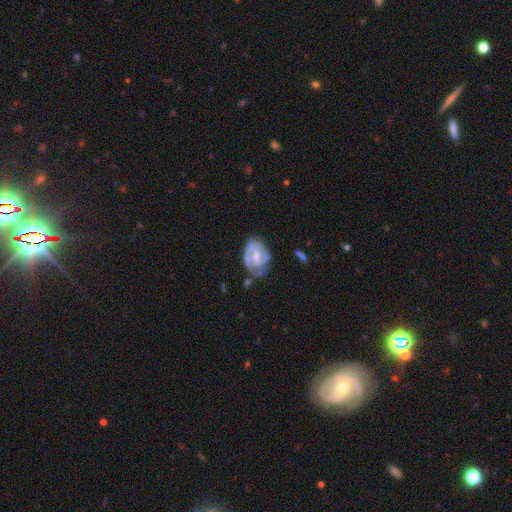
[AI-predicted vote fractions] featured or disk 70%, smooth 24%, star or artifact 6%. Down the decision tree: edge-on disk — no (97%); bar — weak (48%); spiral arms — yes (74%); spiral arm count — 2 (45%); spiral winding — tight (48%); bulge size — moderate (48%); merging — none (45%).